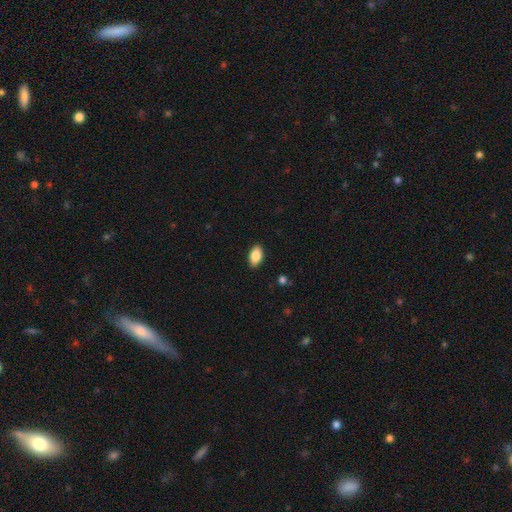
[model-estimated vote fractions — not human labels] Q: Smooth or featured?
A: smooth (86%); runner-up: star or artifact (7%)
Q: How rounded?
A: in between (92%); runner-up: round (6%)
Q: Merging?
A: none (89%); runner-up: minor disturbance (8%)